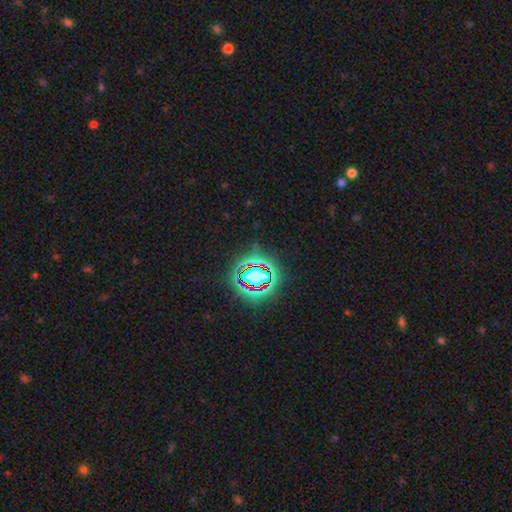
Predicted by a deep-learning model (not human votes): Morphology: type=star or artifact (78%).